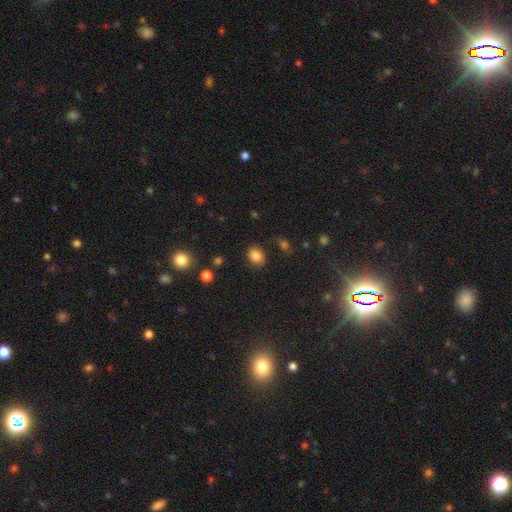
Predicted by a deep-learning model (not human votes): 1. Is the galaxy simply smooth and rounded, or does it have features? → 83% smooth, 11% star or artifact, 6% featured or disk.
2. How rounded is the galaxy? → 61% in between, 38% round, 1% cigar-shaped.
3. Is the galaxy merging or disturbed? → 80% none, 13% minor disturbance, 4% major disturbance, 3% merger.